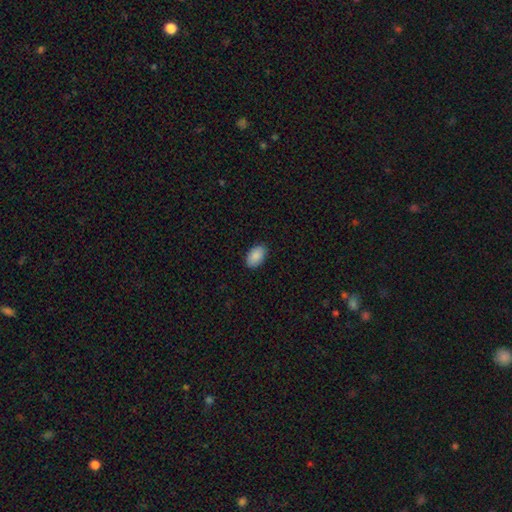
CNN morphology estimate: This is clearly a smooth galaxy (90%). How rounded: clearly in between (94%). Merging: clearly none (89%).